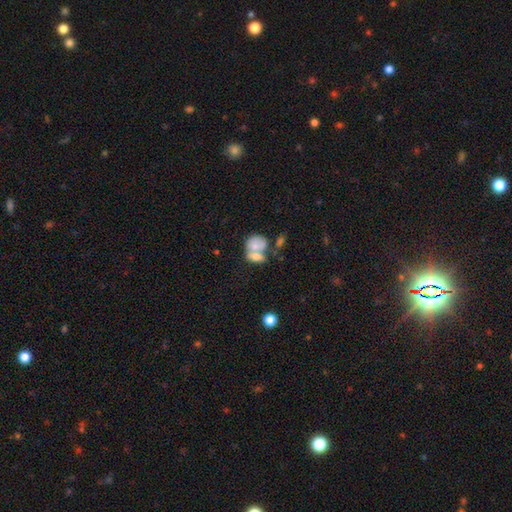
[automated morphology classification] Q: Smooth or featured?
A: smooth (68%); runner-up: featured or disk (24%)
Q: How rounded?
A: in between (65%); runner-up: round (32%)
Q: Merging?
A: merger (63%); runner-up: none (22%)